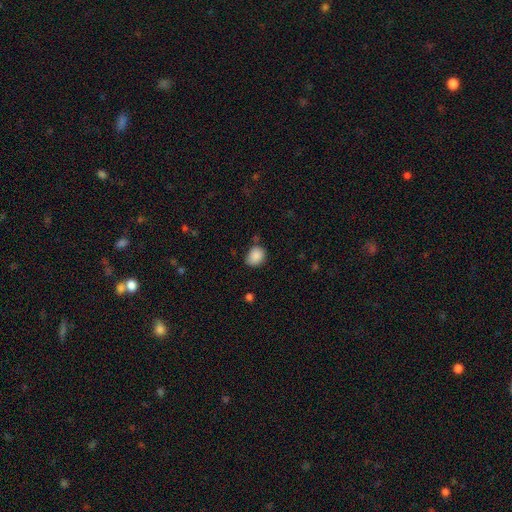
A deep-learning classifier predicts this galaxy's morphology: Smooth or featured: smooth — 88% (star or artifact — 9%)
How rounded: round — 58% (in between — 41%)
Merging: none — 69% (minor disturbance — 23%)